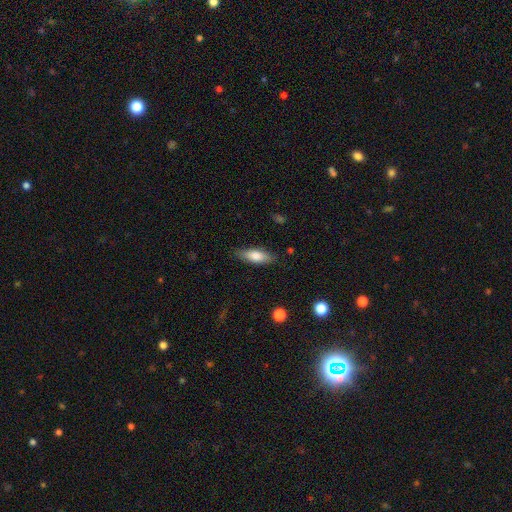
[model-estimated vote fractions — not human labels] A smooth galaxy with no disk features (74%) that is in between round and cigar-shaped (57%).

Vote fractions:
- Smooth or featured? smooth: 74% / featured or disk: 20% / star or artifact: 6%
- How rounded? in between: 57% / cigar-shaped: 41% / round: 2%
- Merging? none: 85% / minor disturbance: 11% / major disturbance: 2% / merger: 1%